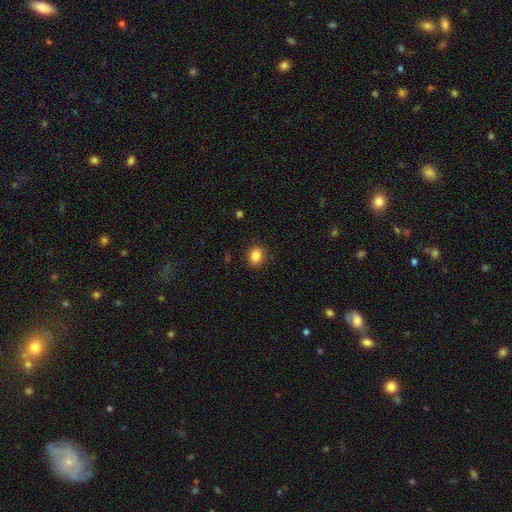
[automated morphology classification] A smooth galaxy with no disk features (87%) that is round (58%).

Vote fractions:
- Smooth or featured? smooth: 87% / star or artifact: 9% / featured or disk: 4%
- How rounded? round: 58% / in between: 41% / cigar-shaped: 1%
- Merging? none: 86% / minor disturbance: 10% / major disturbance: 3% / merger: 1%